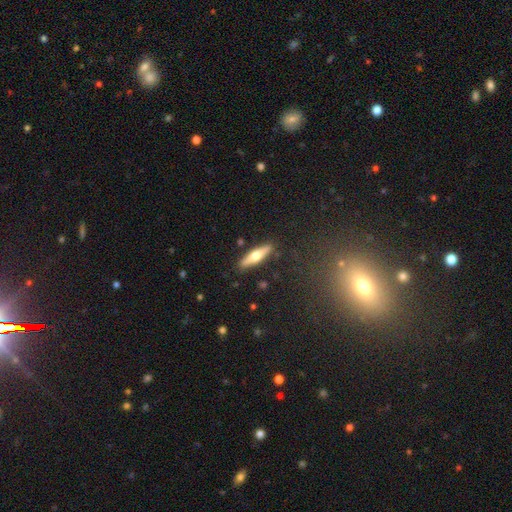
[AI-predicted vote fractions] The model was most divided on "smooth or featured": smooth: 48%, featured or disk: 47%, star or artifact: 6%. More confident: merging — none (87%).